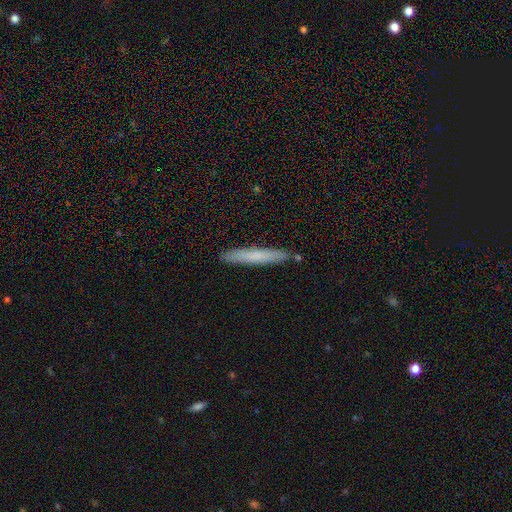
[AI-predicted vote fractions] smooth_or_featured: smooth (p=0.68) [alt: featured or disk p=0.26]
how_rounded: cigar-shaped (p=0.95) [alt: in between p=0.04]
merging: none (p=0.88) [alt: minor disturbance p=0.08]